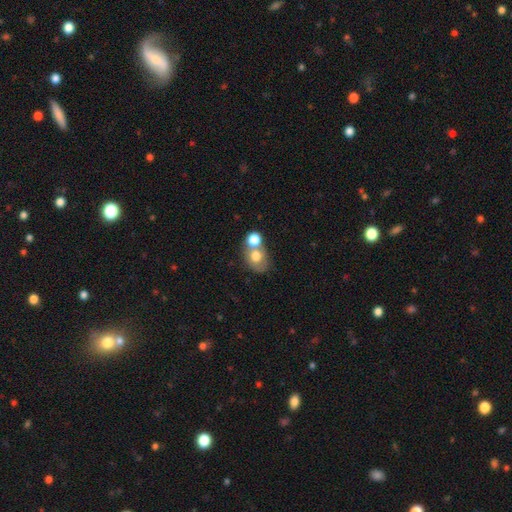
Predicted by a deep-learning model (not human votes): A smooth galaxy with no disk features (67%) that is round (52%). Merging: merger (55%).